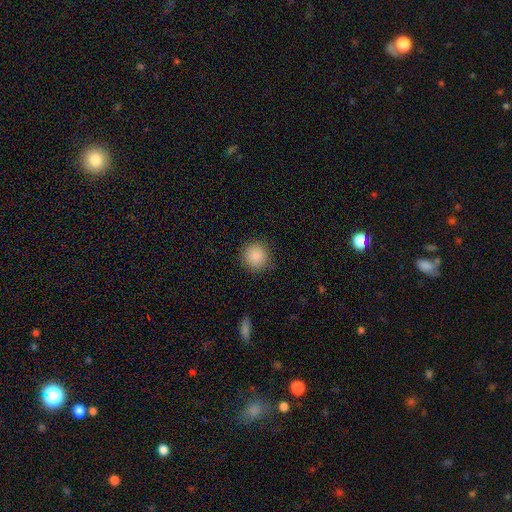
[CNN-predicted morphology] This is clearly a smooth galaxy (87%). How rounded: clearly round (94%). Merging: clearly none (89%).